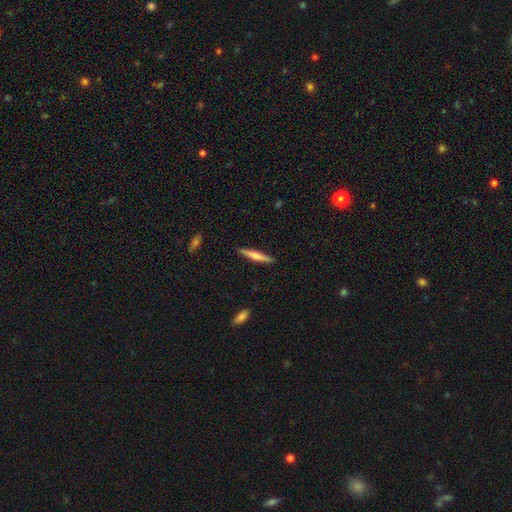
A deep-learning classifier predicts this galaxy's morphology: Overall: smooth (58%; featured or disk 37%). How rounded: cigar-shaped (92%). Merging: none (91%).